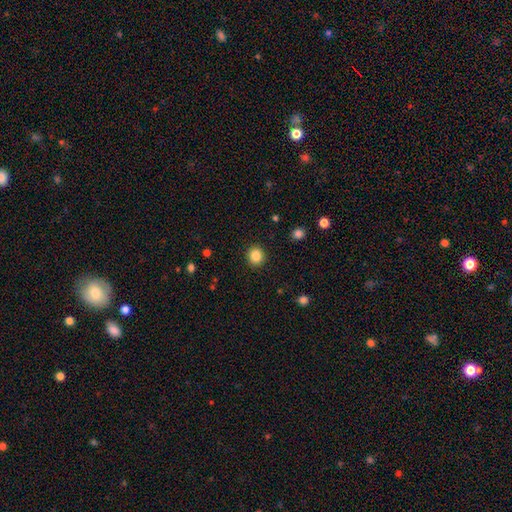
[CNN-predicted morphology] A smooth galaxy with no disk features (85%) that is round (88%). Merging: none (92%).